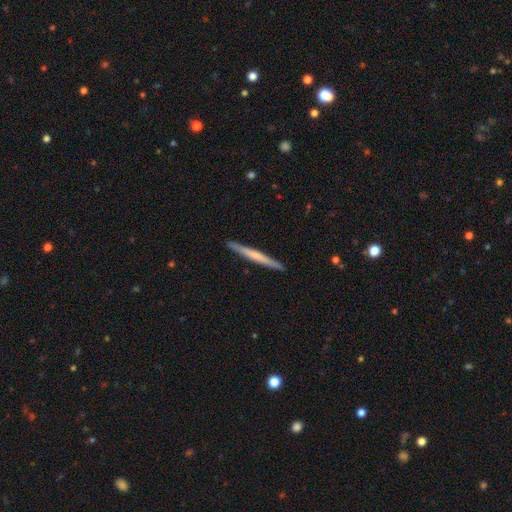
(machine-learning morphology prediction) Smooth or featured?
  - featured or disk: 48% * (tied)
  - smooth: 48% * (tied)
  - star or artifact: 5%
Merging?
  - none: 92% *
  - minor disturbance: 6%
  - major disturbance: 1%
  - merger: 1%